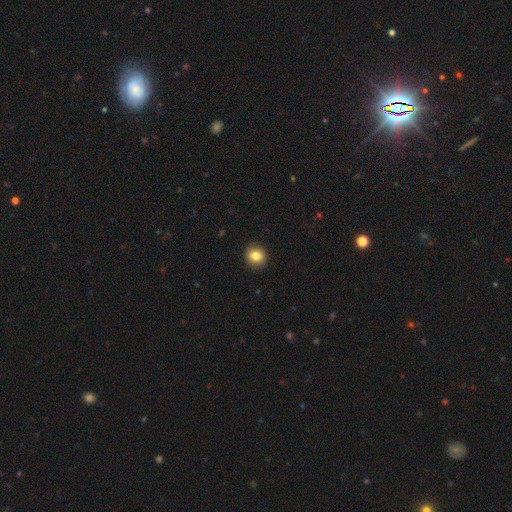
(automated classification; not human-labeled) smooth_or_featured: smooth (p=0.83) [alt: star or artifact p=0.09]
how_rounded: round (p=0.84) [alt: in between p=0.15]
merging: none (p=0.91) [alt: minor disturbance p=0.06]